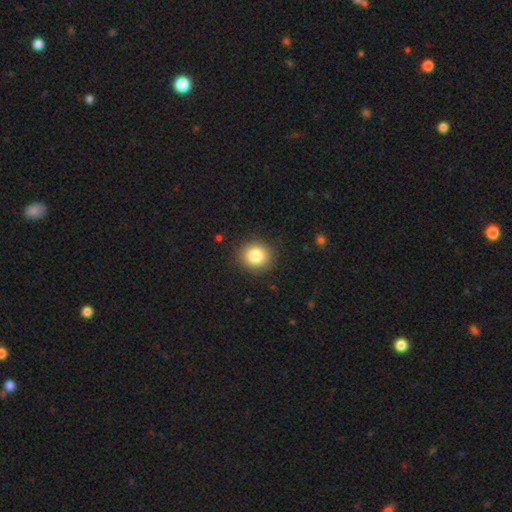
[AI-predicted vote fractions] Q: Smooth or featured?
A: smooth (83%); runner-up: star or artifact (10%)
Q: How rounded?
A: round (88%); runner-up: in between (11%)
Q: Merging?
A: none (90%); runner-up: minor disturbance (6%)